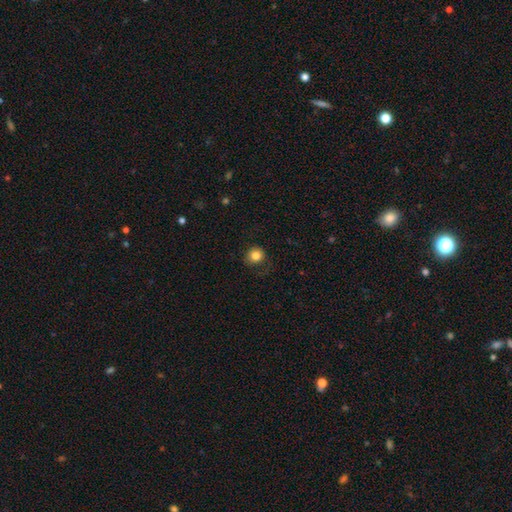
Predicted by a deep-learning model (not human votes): This appears to be a smooth galaxy with no disk features (83%) that is round (84%). Merging: none (77%).